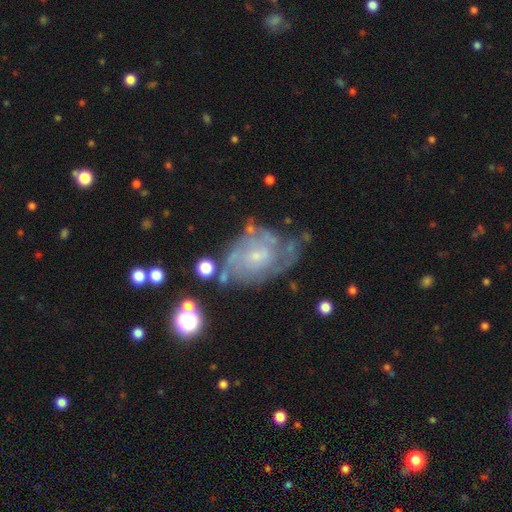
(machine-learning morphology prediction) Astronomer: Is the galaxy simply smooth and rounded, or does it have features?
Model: featured or disk — 74%.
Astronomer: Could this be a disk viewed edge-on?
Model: no — 97%.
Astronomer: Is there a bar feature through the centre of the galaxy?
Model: no — 72%.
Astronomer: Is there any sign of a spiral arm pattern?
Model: yes — 80%.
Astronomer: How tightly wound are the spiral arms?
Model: tight — 57% (runner-up: medium, 32%).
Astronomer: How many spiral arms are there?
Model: can't tell — 55%.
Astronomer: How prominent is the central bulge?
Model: small — 70%.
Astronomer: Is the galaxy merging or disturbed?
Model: none — 49% (runner-up: minor disturbance, 27%).